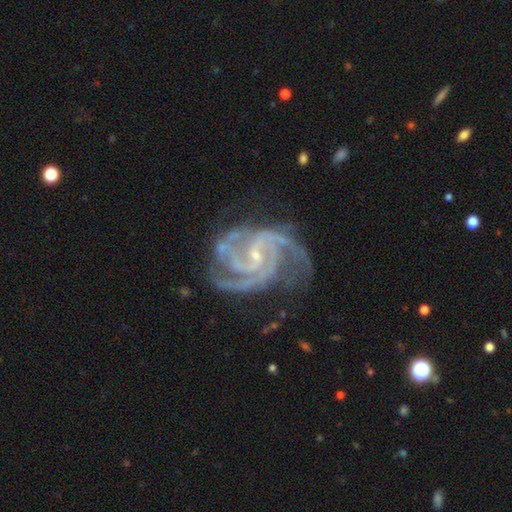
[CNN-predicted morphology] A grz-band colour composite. It shows a featured or disk galaxy (93%) with a weak bar (43%), 3 (42%) medium (50%) spiral arms (99%) and a small central bulge (80%). Merging: none (61%).